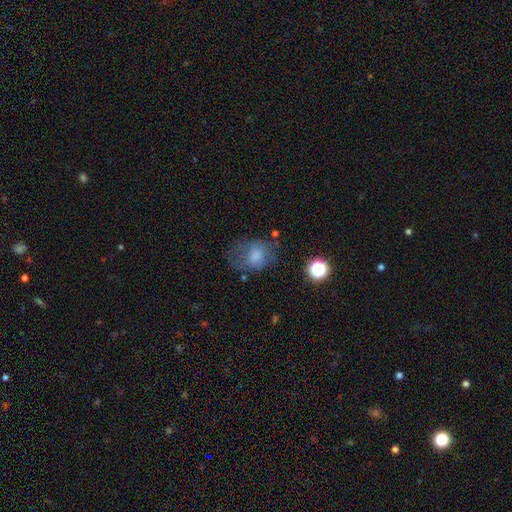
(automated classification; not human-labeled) A smooth galaxy with no disk features (70%) that is in between round and cigar-shaped (60%). Merging: none (44%).